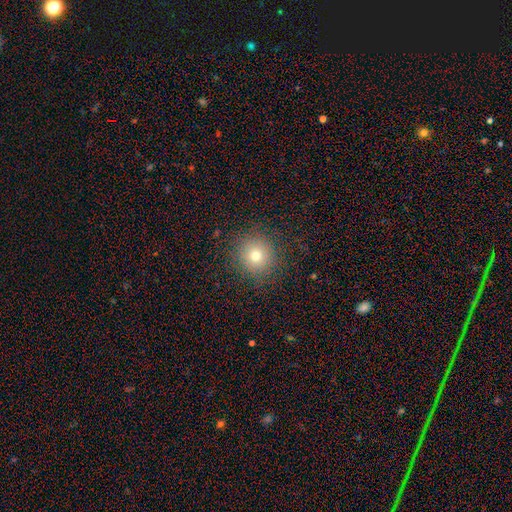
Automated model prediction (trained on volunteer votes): Smooth or featured? smooth (73%)
How rounded? round (93%)
Merging? none (88%)